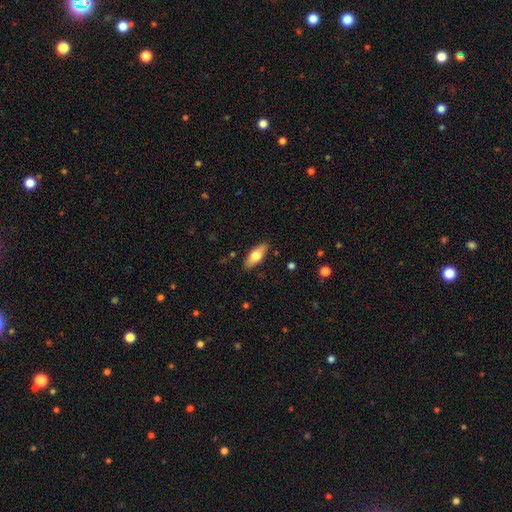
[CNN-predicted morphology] The model was most divided on "smooth or featured": smooth: 64%, featured or disk: 30%, star or artifact: 6%. More confident: merging — none (87%); how rounded — in between (73%).